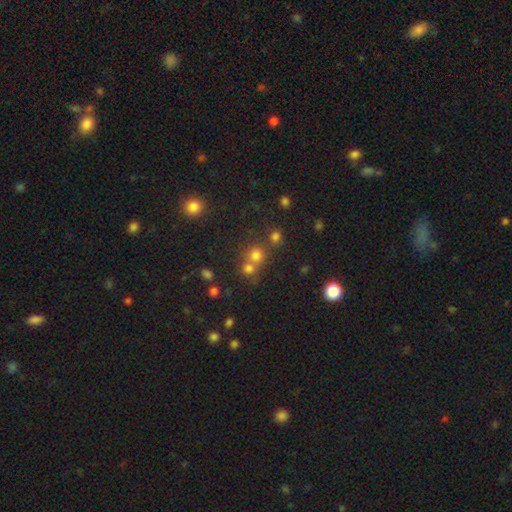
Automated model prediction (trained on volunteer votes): Smooth or featured: smooth — 70% (star or artifact — 21%)
How rounded: round — 87% (in between — 12%)
Merging: none — 52% (merger — 39%)